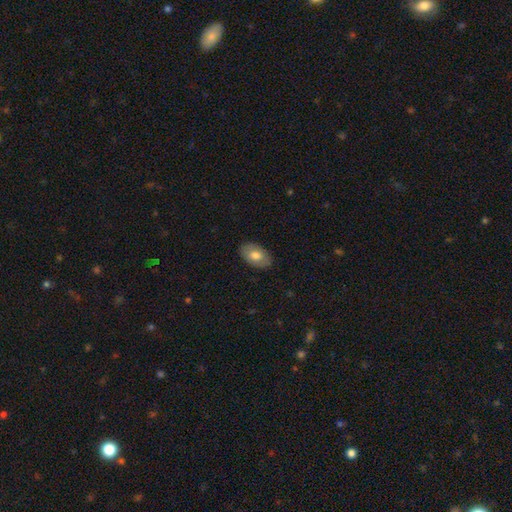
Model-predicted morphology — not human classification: smooth 72%, featured or disk 22%, star or artifact 6%. Down the decision tree: how rounded — in between (92%); merging — none (86%).